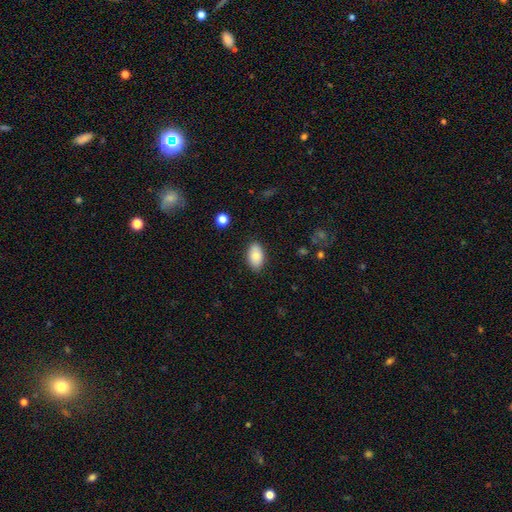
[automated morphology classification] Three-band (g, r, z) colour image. It shows a smooth galaxy with no disk features (83%) that is in between round and cigar-shaped (93%). Merging: none (85%).